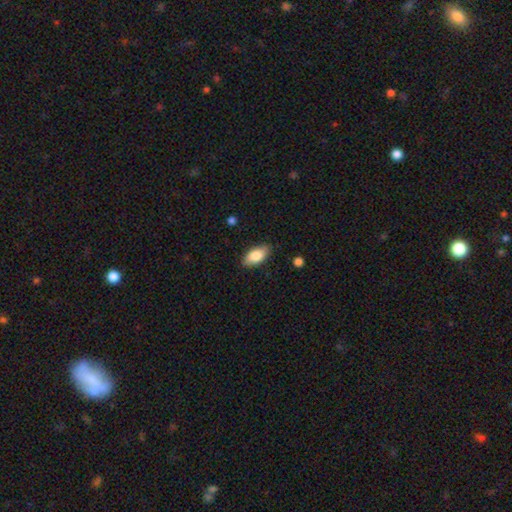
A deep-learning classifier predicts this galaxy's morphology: Smooth or featured? smooth (82%)
How rounded? in between (91%)
Merging? none (85%)